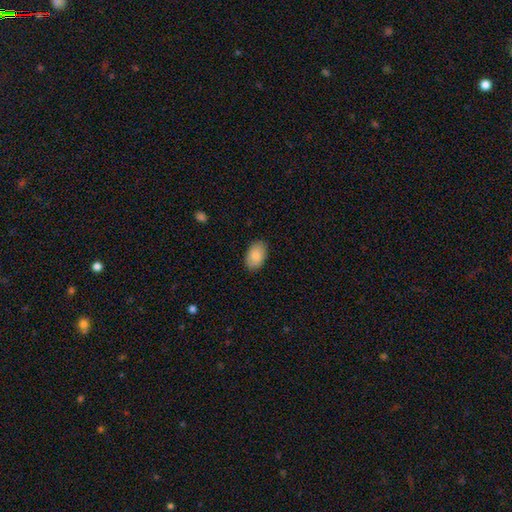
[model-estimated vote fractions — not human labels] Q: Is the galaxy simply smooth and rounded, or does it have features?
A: smooth — 87%.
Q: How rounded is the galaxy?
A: in between — 92%.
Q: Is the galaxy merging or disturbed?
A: none — 87%.